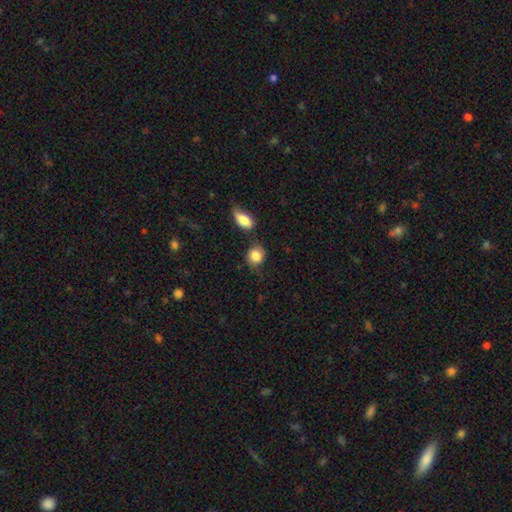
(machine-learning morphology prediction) Smooth or featured: smooth — 84% (featured or disk — 9%)
How rounded: round — 65% (in between — 34%)
Merging: none — 61% (minor disturbance — 20%)